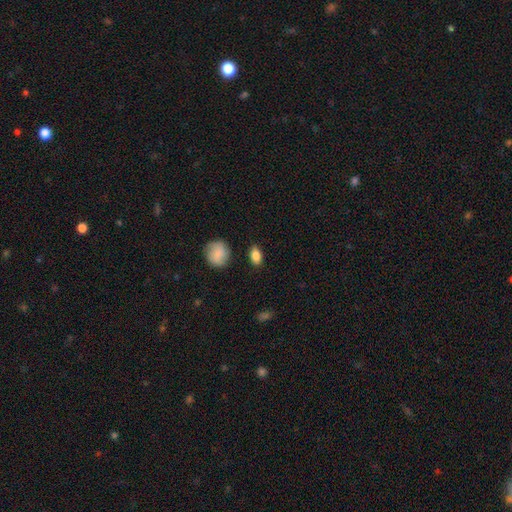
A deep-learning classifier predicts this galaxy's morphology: smooth_or_featured: smooth (p=0.86) [alt: star or artifact p=0.08]
how_rounded: in between (p=0.85) [alt: round p=0.11]
merging: none (p=0.85) [alt: minor disturbance p=0.10]